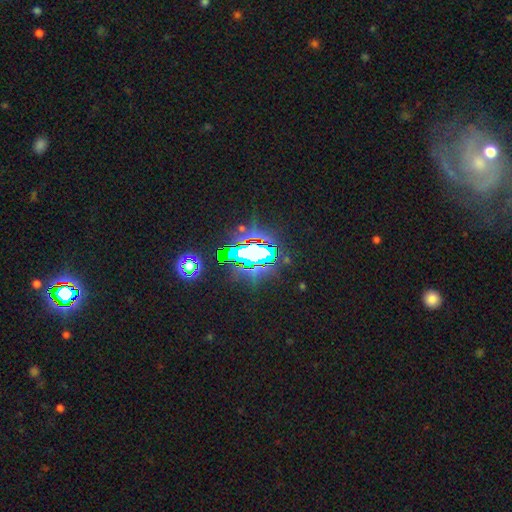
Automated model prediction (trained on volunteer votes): A star or artifact, not a galaxy (70%).